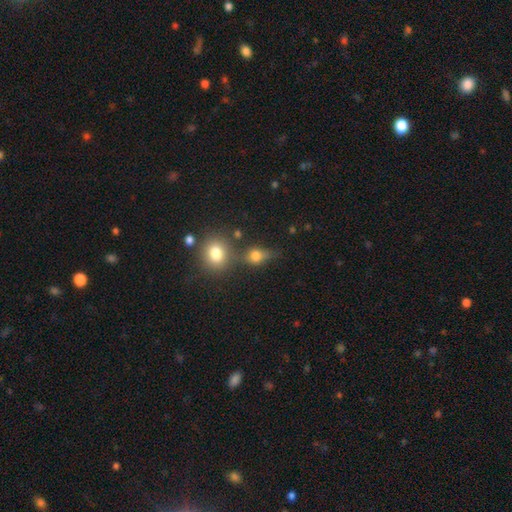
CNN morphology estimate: Smooth or featured? smooth (71%)
How rounded? round (51%)
Merging? none (56%)